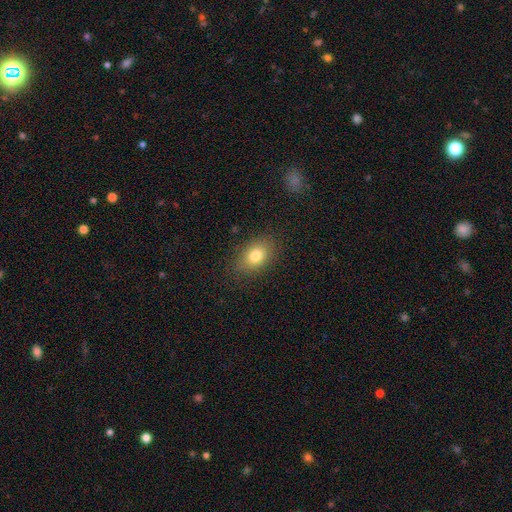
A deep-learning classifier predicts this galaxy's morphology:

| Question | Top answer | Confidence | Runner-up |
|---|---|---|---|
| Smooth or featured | smooth | 80% | featured or disk (11%) |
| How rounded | in between | 78% | round (20%) |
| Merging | none | 84% | minor disturbance (11%) |